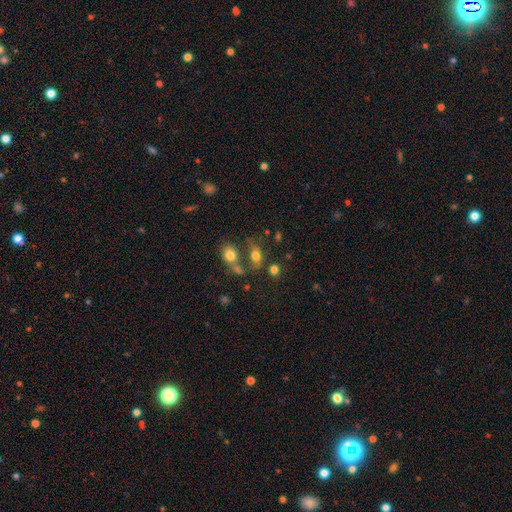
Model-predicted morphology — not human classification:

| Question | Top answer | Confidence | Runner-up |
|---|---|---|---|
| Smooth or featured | smooth | 75% | star or artifact (13%) |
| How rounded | in between | 67% | round (30%) |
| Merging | none | 47% | merger (29%) |